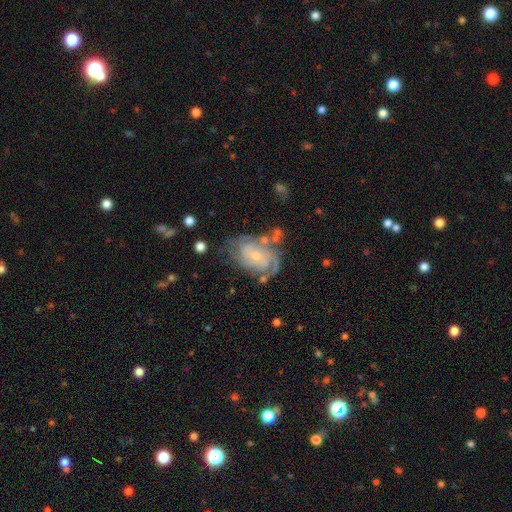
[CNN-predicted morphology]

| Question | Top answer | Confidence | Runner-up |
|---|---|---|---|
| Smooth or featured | featured or disk | 81% | smooth (12%) |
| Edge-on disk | no | 97% | yes (3%) |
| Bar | no | 68% | weak (27%) |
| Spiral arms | yes | 93% | no (7%) |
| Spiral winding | tight | 59% | medium (31%) |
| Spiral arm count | can't tell | 34% | 2 (28%) |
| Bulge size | small | 69% | moderate (26%) |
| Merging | none | 55% | minor disturbance (23%) |